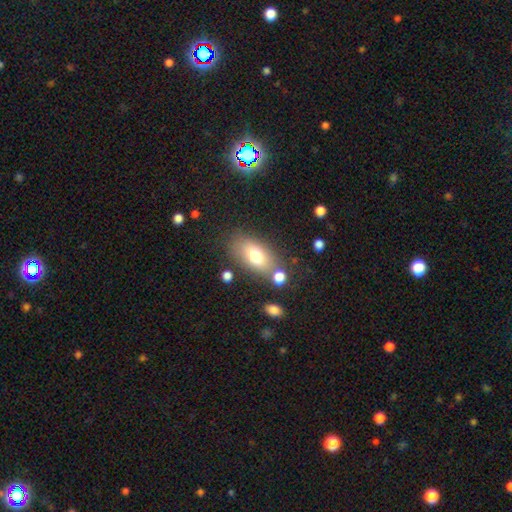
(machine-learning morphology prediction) The model was most divided on "merging": none: 70%, minor disturbance: 14%, merger: 10%, major disturbance: 6%. More confident: how rounded — in between (87%); smooth or featured — smooth (73%).